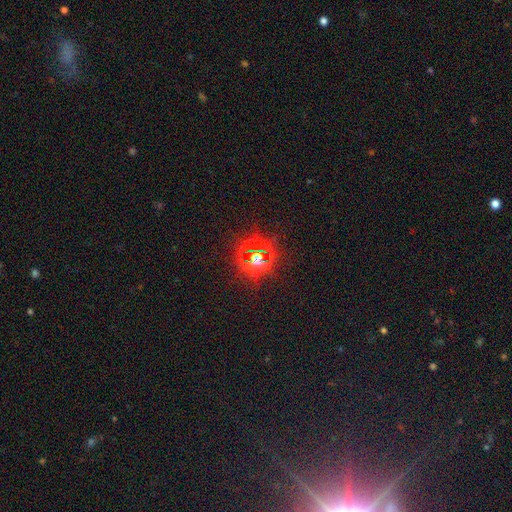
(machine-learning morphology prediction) Smooth or featured? star or artifact (67%)